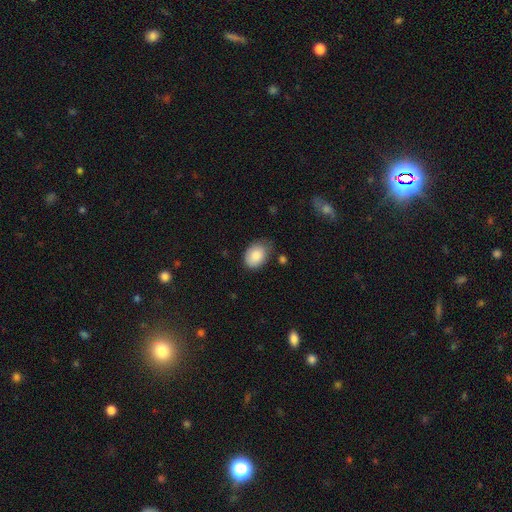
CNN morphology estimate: Smooth or featured? smooth (86%)
How rounded? in between (81%)
Merging? none (65%)